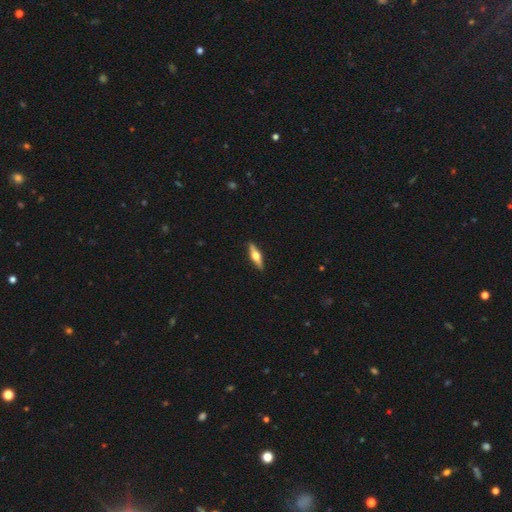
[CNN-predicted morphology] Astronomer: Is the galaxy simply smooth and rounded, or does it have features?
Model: featured or disk — 66%.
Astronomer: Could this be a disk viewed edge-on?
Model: yes — 96%.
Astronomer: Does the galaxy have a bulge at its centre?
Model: rounded — 96%.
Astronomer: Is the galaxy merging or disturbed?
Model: none — 91%.